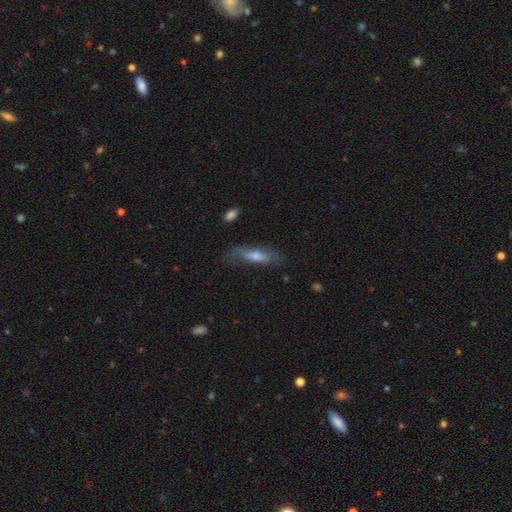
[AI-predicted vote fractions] Smooth or featured?
  - featured or disk: 47% *
  - smooth: 44%
  - star or artifact: 9%
Merging?
  - none: 56% *
  - minor disturbance: 25%
  - major disturbance: 16%
  - merger: 3%